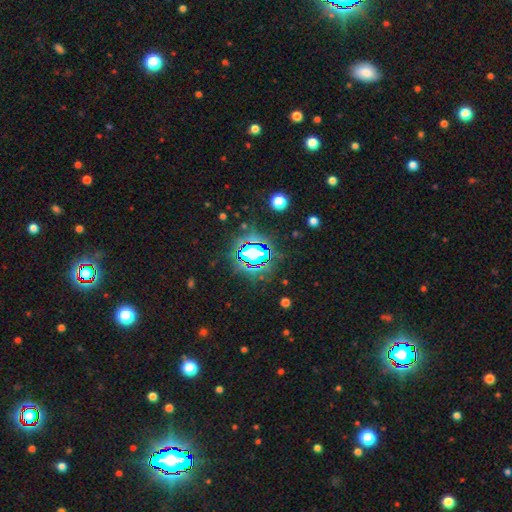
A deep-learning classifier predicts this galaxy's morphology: star or artifact 75%, smooth 15%, featured or disk 10%.